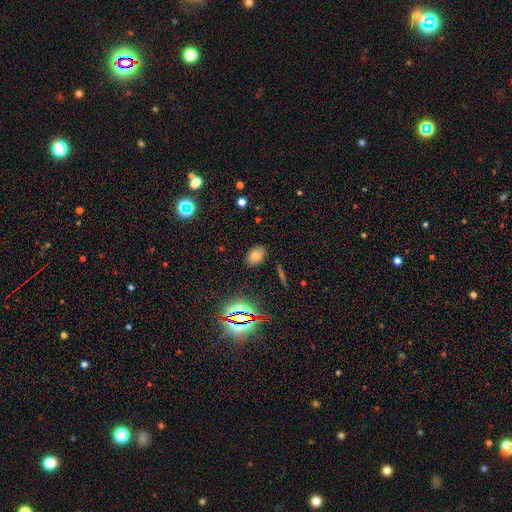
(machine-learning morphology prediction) A smooth galaxy with no disk features (60%) that is in between round and cigar-shaped (73%). Merging: none (86%).